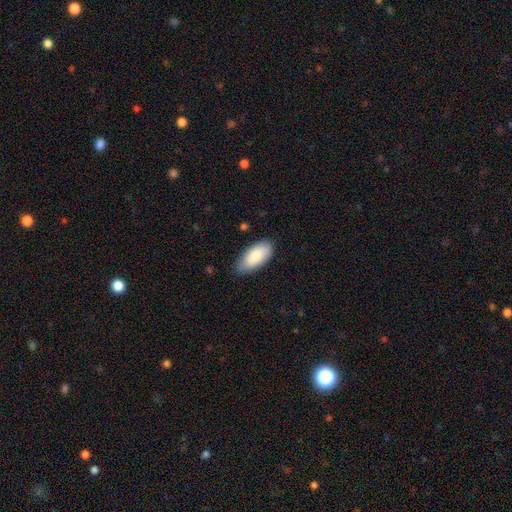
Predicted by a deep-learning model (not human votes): This is clearly a smooth galaxy (85%). How rounded: clearly in between (91%). Merging: likely none (80%).